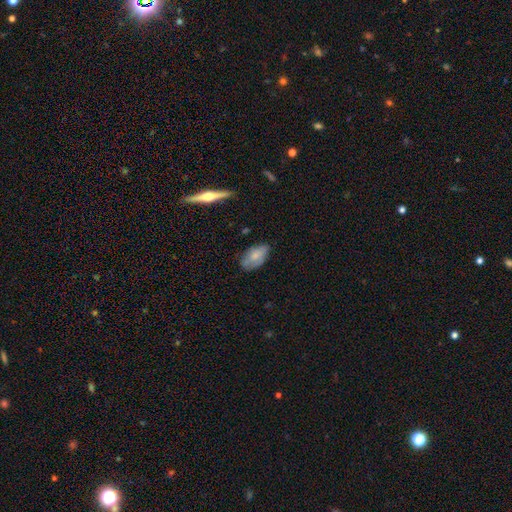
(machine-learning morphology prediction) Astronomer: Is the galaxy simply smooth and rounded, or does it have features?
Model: smooth — 73%.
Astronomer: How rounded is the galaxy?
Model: in between — 93%.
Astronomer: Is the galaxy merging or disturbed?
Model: none — 67%.